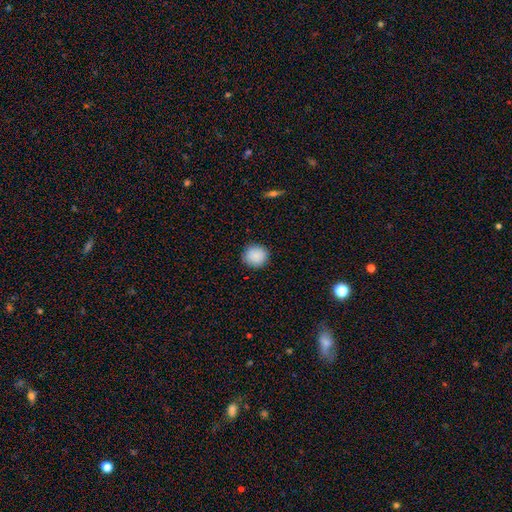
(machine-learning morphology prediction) smooth 89%, star or artifact 8%, featured or disk 3%. Down the decision tree: how rounded — round (92%); merging — none (90%).